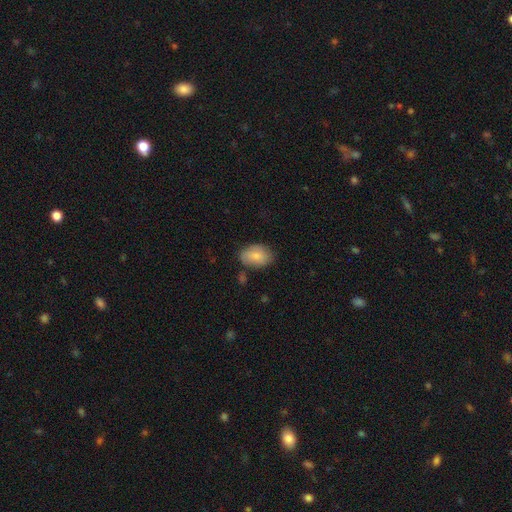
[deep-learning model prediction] Smooth or featured? Predicted: smooth (p=0.84). How rounded? Predicted: in between (p=0.89). Merging? Predicted: none (p=0.72).